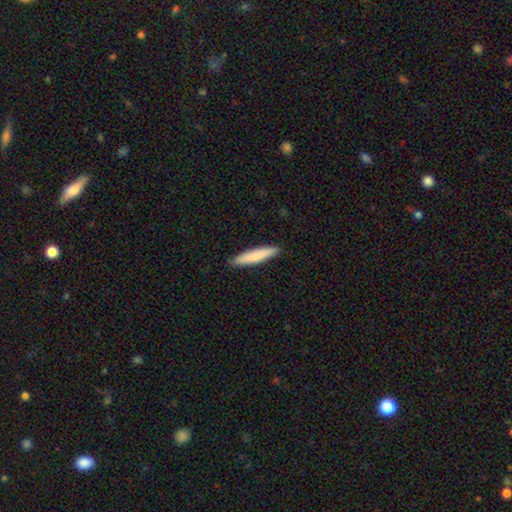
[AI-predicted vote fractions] Smooth or featured?
  - smooth: 80% *
  - featured or disk: 15%
  - star or artifact: 5%
How rounded?
  - cigar-shaped: 91% *
  - in between: 8%
  - round: 1%
Merging?
  - none: 91% *
  - minor disturbance: 7%
  - major disturbance: 1%
  - merger: 1%